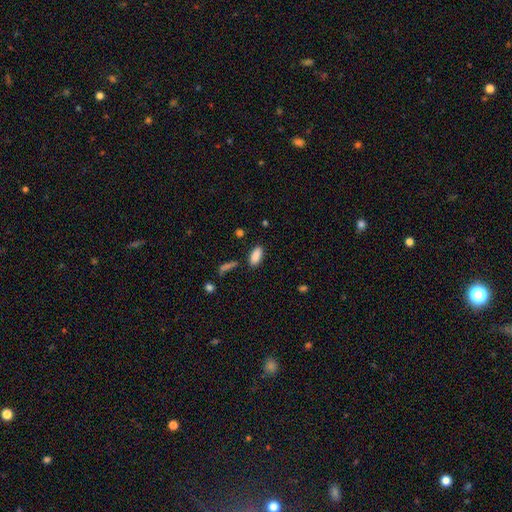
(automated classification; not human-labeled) Q: Smooth or featured?
A: smooth (88%); runner-up: star or artifact (8%)
Q: How rounded?
A: in between (85%); runner-up: cigar-shaped (12%)
Q: Merging?
A: none (82%); runner-up: minor disturbance (11%)